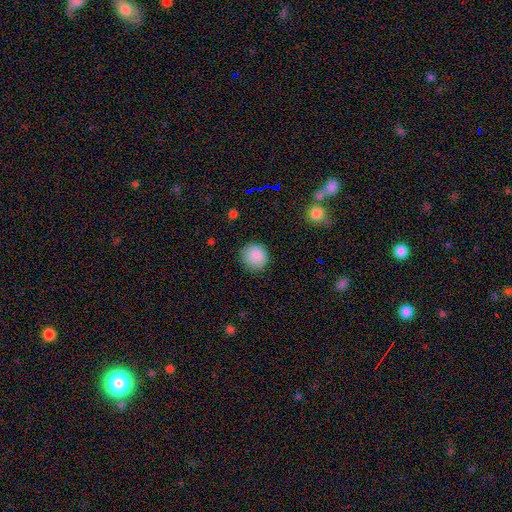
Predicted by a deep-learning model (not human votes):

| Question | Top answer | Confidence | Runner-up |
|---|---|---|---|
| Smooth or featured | smooth | 88% | star or artifact (8%) |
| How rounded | round | 88% | in between (11%) |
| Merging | none | 85% | minor disturbance (11%) |